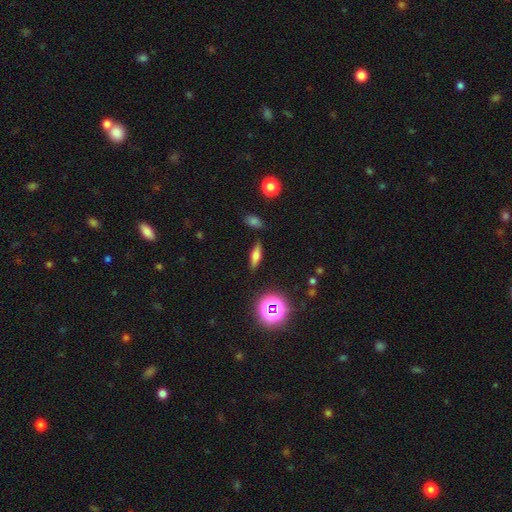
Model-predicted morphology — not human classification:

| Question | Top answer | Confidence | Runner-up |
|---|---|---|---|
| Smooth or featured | smooth | 58% | featured or disk (27%) |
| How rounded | cigar-shaped | 51% | in between (43%) |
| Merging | none | 84% | minor disturbance (10%) |